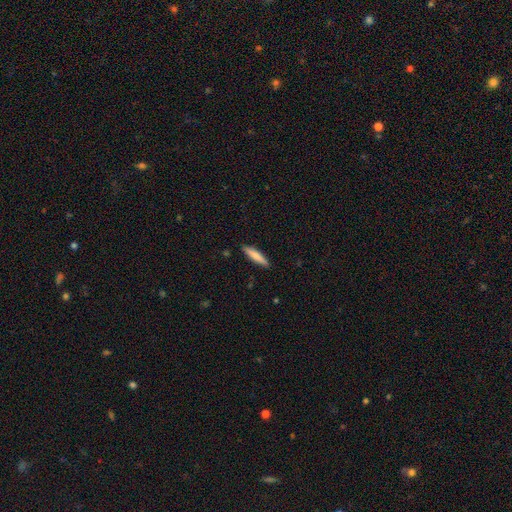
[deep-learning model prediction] This is likely a smooth galaxy (76%). How rounded: clearly cigar-shaped (85%). Merging: clearly none (89%).